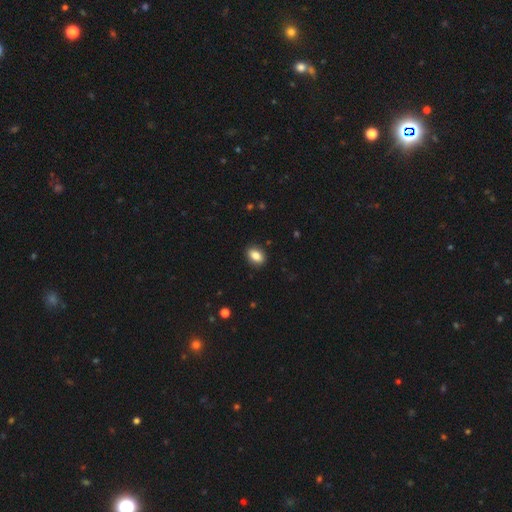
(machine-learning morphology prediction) Smooth or featured? smooth (85%)
How rounded? in between (81%)
Merging? none (89%)